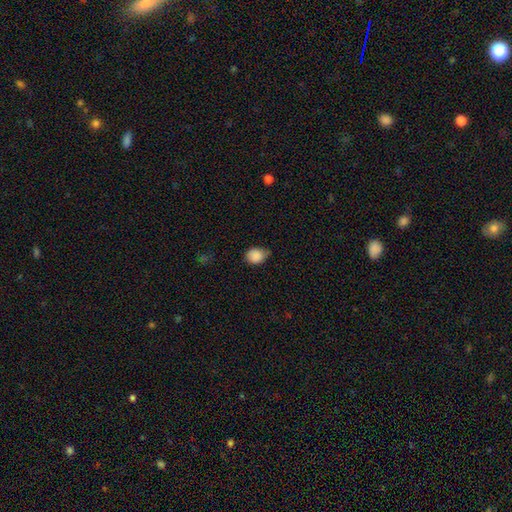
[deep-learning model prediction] Q: Smooth or featured?
A: smooth (87%); runner-up: star or artifact (8%)
Q: How rounded?
A: round (60%); runner-up: in between (39%)
Q: Merging?
A: none (57%); runner-up: minor disturbance (35%)